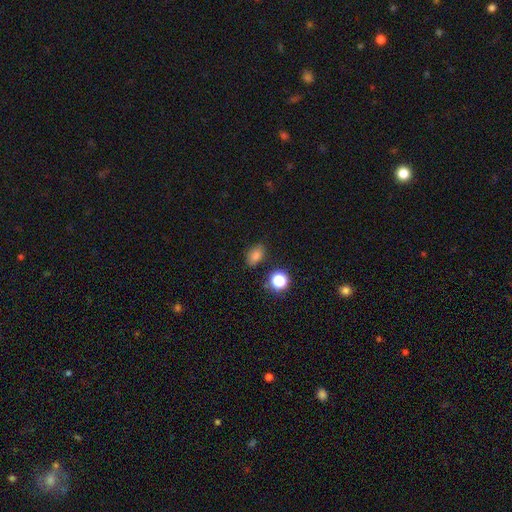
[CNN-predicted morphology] This is likely a smooth galaxy (76%). How rounded: likely in between (72%). Merging: likely none (79%).